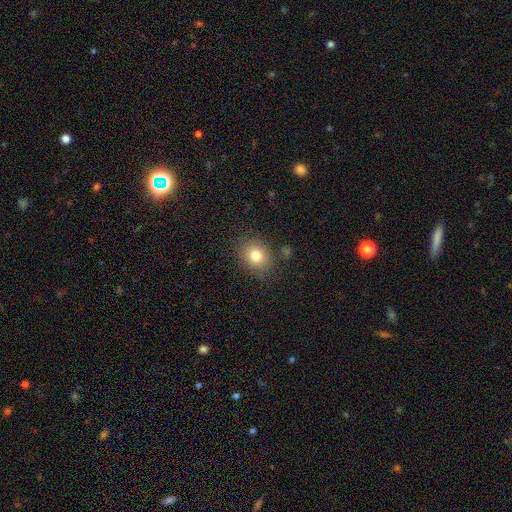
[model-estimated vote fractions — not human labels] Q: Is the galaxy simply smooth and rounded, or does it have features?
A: smooth — 79%.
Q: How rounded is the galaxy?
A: round — 55%.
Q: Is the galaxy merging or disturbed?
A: none — 83%.